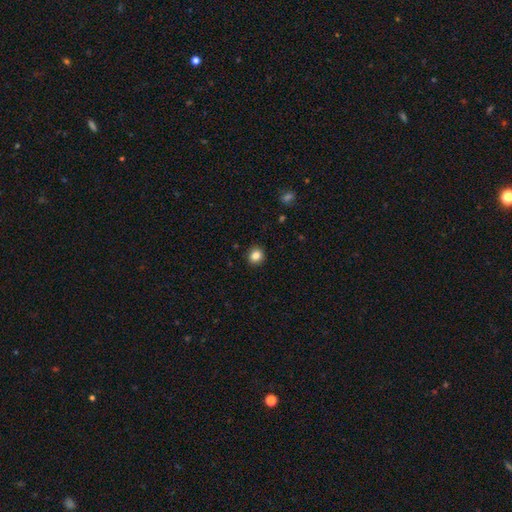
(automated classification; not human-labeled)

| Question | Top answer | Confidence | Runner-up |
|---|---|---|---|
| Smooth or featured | smooth | 84% | star or artifact (10%) |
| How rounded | round | 84% | in between (15%) |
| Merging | none | 91% | minor disturbance (6%) |